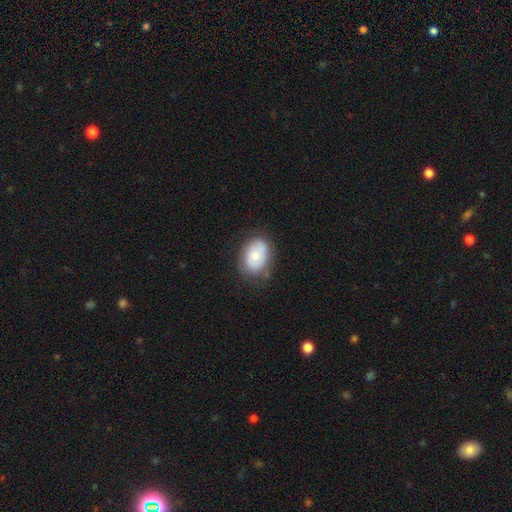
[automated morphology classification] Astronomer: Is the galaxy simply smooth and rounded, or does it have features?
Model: smooth — 61%.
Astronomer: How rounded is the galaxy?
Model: in between — 74%.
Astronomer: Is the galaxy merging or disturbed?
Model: none — 68%.